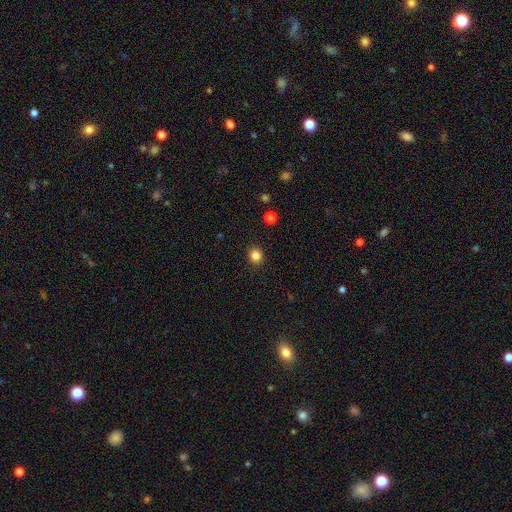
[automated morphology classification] Smooth or featured: smooth — 84% (star or artifact — 12%)
How rounded: round — 90% (in between — 9%)
Merging: none — 91% (minor disturbance — 6%)